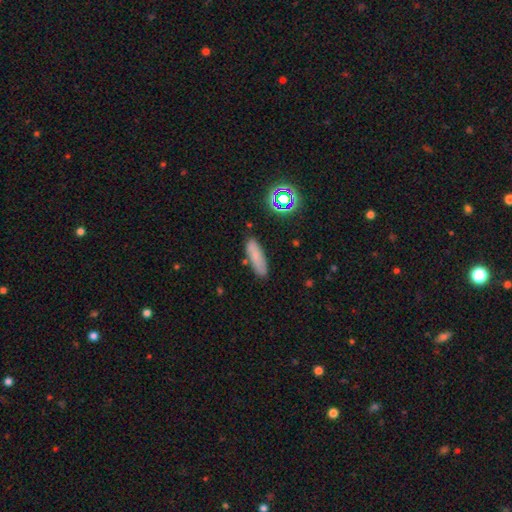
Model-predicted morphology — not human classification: This is likely a smooth galaxy (75%). How rounded: possibly cigar-shaped (60%). Merging: likely none (80%).